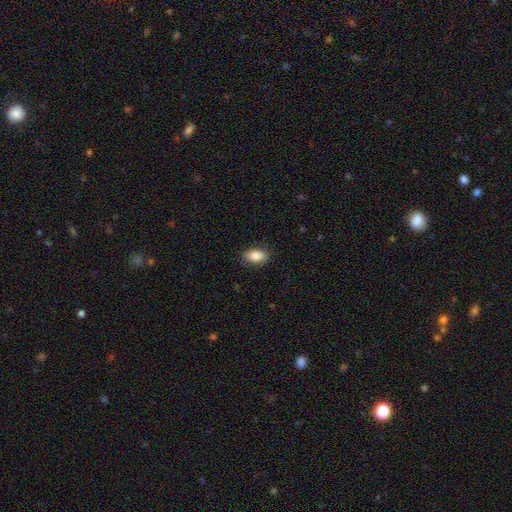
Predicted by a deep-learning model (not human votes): Smooth or featured? Predicted: smooth (p=0.87). How rounded? Predicted: in between (p=0.91). Merging? Predicted: none (p=0.87).